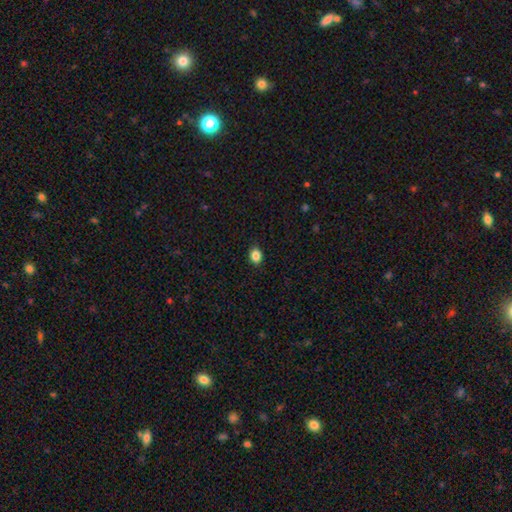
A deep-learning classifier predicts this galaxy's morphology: Q: Smooth or featured?
A: smooth (85%); runner-up: star or artifact (10%)
Q: How rounded?
A: in between (55%); runner-up: round (44%)
Q: Merging?
A: none (89%); runner-up: minor disturbance (8%)